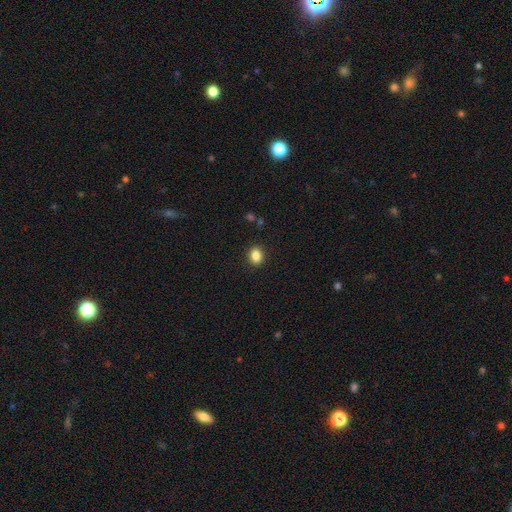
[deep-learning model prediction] Q: Smooth or featured?
A: smooth (85%); runner-up: star or artifact (10%)
Q: How rounded?
A: in between (54%); runner-up: round (45%)
Q: Merging?
A: none (90%); runner-up: minor disturbance (7%)